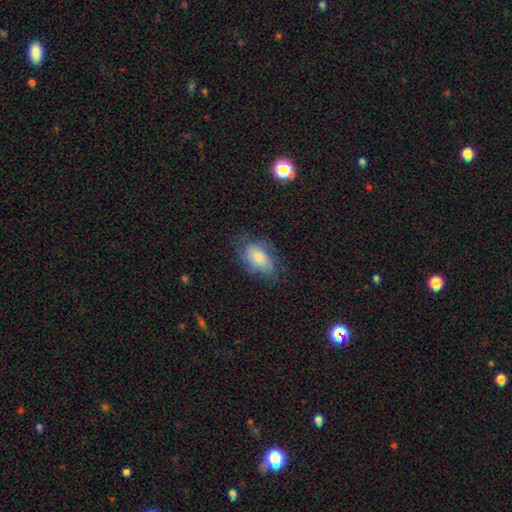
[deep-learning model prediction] smooth-or-featured: smooth: 56% | featured or disk: 35% | star or artifact: 10%
  how-rounded: in between: 89% | round: 9% | cigar-shaped: 3%
  merging: none: 62% | minor disturbance: 25% | major disturbance: 12% | merger: 1%